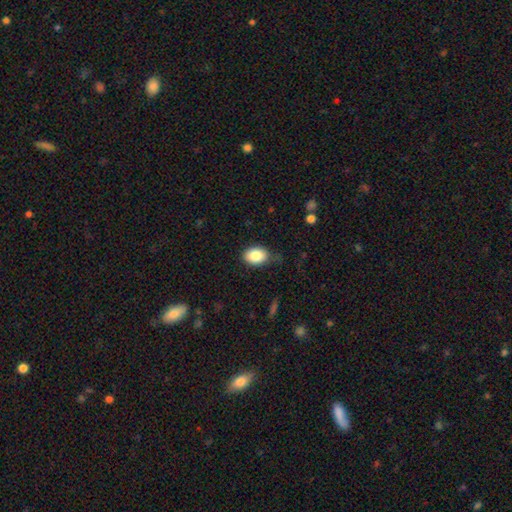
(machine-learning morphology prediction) Q: Smooth or featured?
A: smooth (85%); runner-up: star or artifact (8%)
Q: How rounded?
A: in between (80%); runner-up: round (19%)
Q: Merging?
A: none (72%); runner-up: minor disturbance (22%)